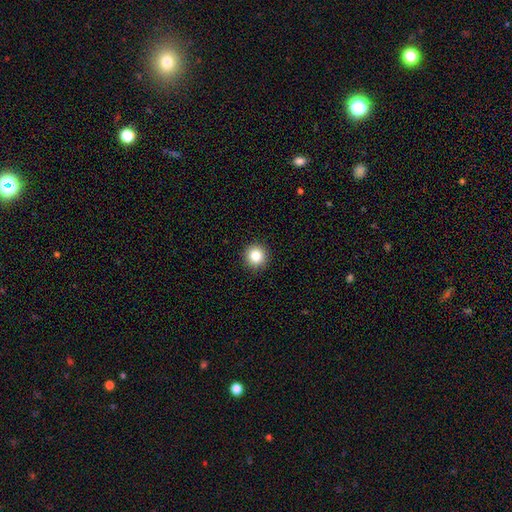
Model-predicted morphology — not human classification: A smooth galaxy with no disk features (84%) that is round (94%). Merging: none (92%).